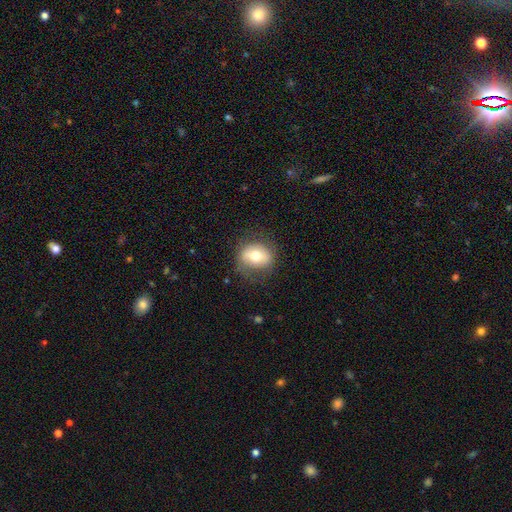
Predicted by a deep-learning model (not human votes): Smooth or featured: smooth — 62% (featured or disk — 30%)
How rounded: in between — 50% (round — 48%)
Merging: none — 76% (minor disturbance — 17%)